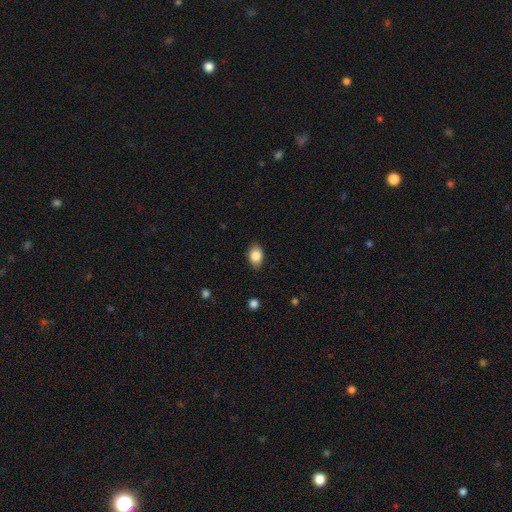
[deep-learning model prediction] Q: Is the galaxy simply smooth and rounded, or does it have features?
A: smooth — 85%.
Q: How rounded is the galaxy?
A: in between — 84%.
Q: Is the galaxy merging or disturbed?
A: none — 85%.